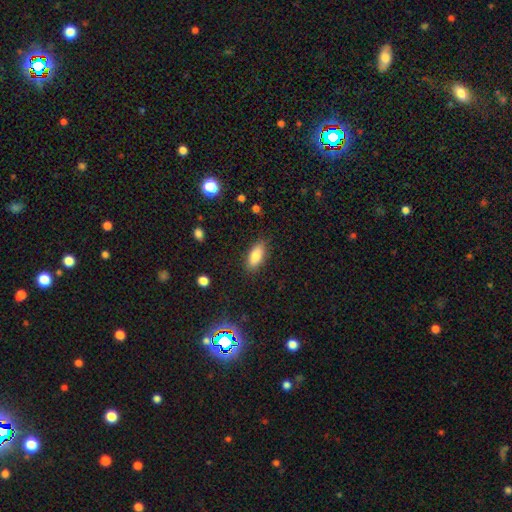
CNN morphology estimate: smooth 83%, featured or disk 9%, star or artifact 8%. Down the decision tree: how rounded — in between (80%); merging — none (85%).